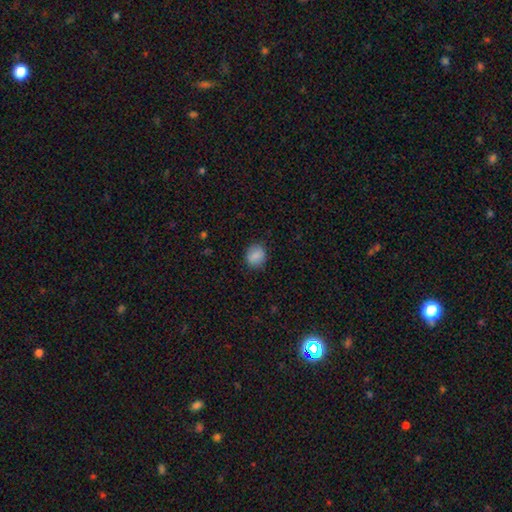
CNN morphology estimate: Smooth or featured? Predicted: smooth (p=0.87). How rounded? Predicted: round (p=0.66). Merging? Predicted: none (p=0.85).